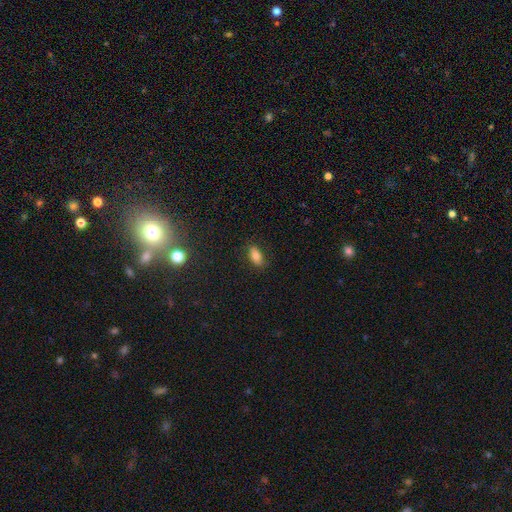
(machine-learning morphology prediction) Smooth or featured? Predicted: smooth (p=0.80). How rounded? Predicted: in between (p=0.89). Merging? Predicted: none (p=0.84).